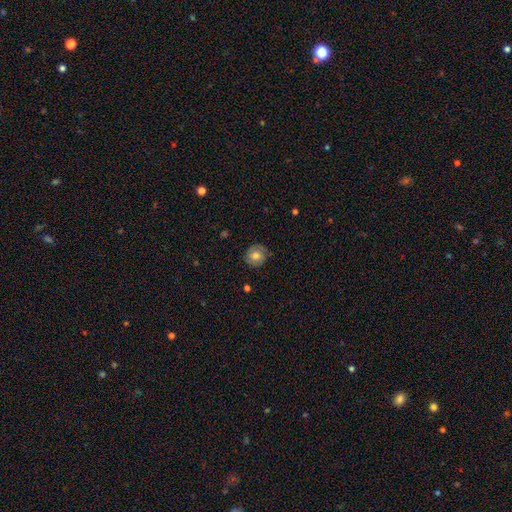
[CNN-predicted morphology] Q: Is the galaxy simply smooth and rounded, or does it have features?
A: smooth — 60%.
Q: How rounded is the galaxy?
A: round — 88%.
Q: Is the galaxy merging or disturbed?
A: none — 80%.